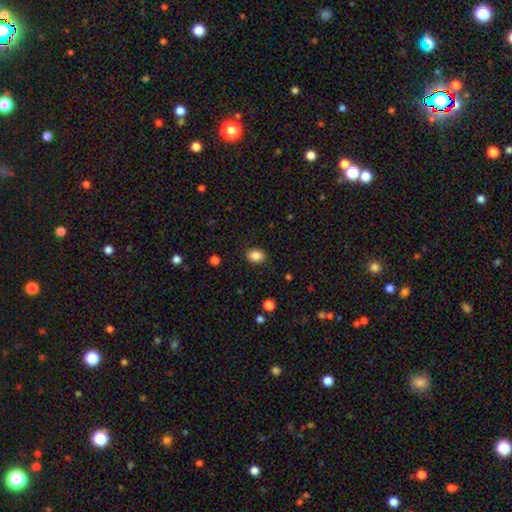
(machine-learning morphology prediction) smooth_or_featured: smooth (p=0.86) [alt: star or artifact p=0.09]
how_rounded: in between (p=0.68) [alt: round p=0.31]
merging: none (p=0.87) [alt: minor disturbance p=0.10]